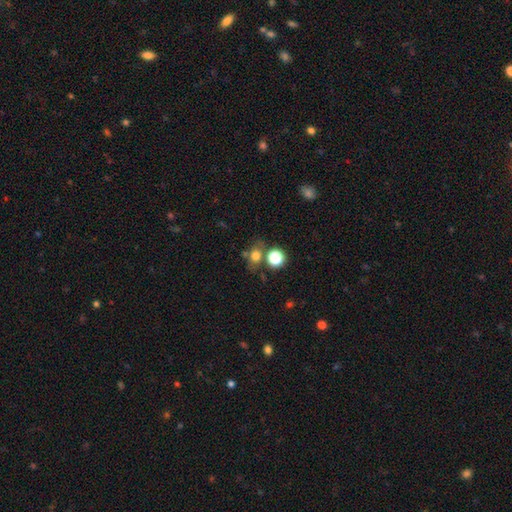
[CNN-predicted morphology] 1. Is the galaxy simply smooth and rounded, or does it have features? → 69% smooth, 19% star or artifact, 12% featured or disk.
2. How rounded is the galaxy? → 65% round, 33% in between, 2% cigar-shaped.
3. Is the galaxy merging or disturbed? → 59% none, 22% merger, 13% minor disturbance, 6% major disturbance.